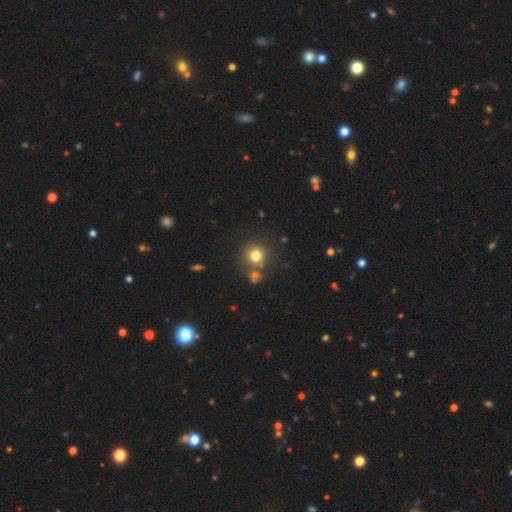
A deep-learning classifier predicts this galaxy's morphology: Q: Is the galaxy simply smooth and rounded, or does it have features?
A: smooth — 79%.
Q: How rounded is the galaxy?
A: round — 91%.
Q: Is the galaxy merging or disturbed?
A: none — 72%.